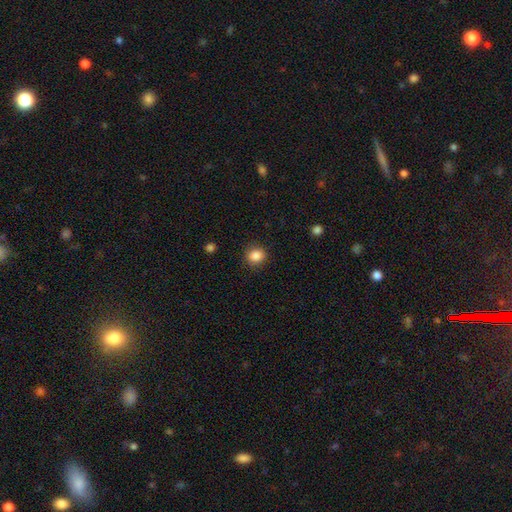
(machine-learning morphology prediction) A smooth galaxy with no disk features (86%) that is round (77%). Merging: none (88%).